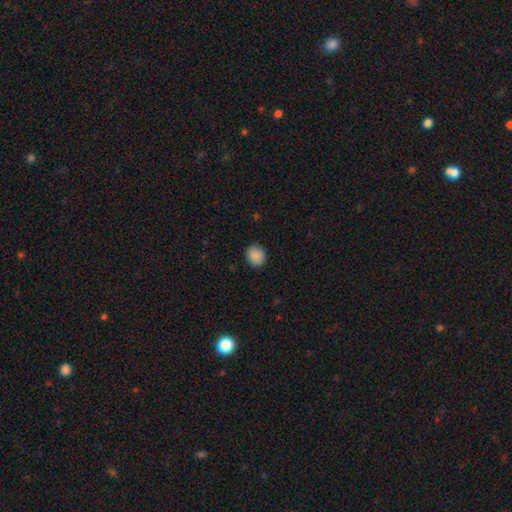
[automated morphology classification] smooth-or-featured: smooth: 89% | star or artifact: 8% | featured or disk: 3%
  how-rounded: round: 75% | in between: 25% | cigar-shaped: 1%
  merging: none: 89% | minor disturbance: 8% | major disturbance: 2% | merger: 1%